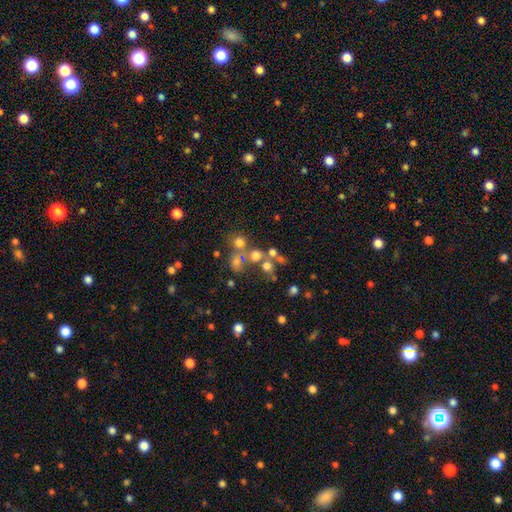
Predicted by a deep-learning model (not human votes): The model was most divided on "merging": none: 50%, merger: 34%, minor disturbance: 9%, major disturbance: 7%. More confident: how rounded — round (82%); smooth or featured — smooth (59%).